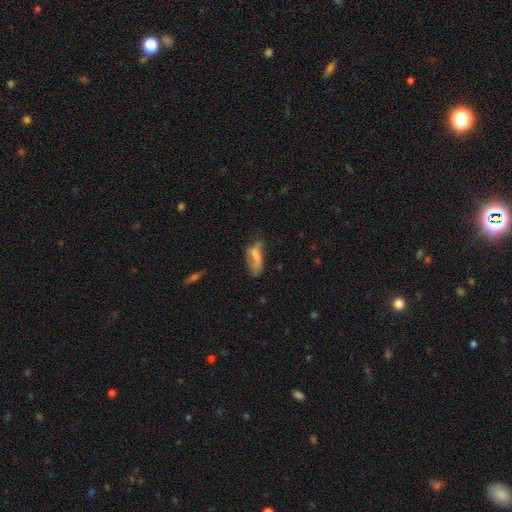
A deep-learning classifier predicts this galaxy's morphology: A smooth galaxy with no disk features (57%) that is in between round and cigar-shaped (76%). Merging: major disturbance (32%).